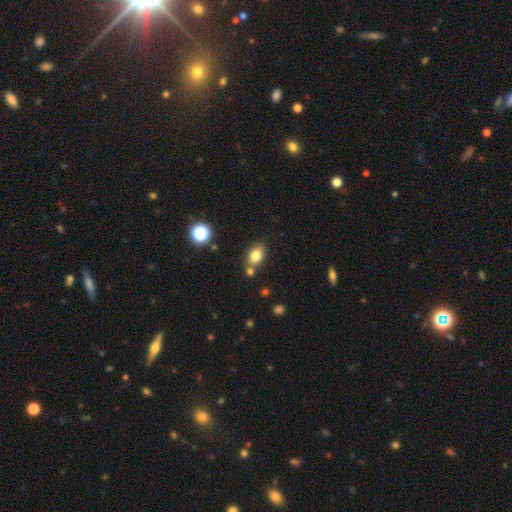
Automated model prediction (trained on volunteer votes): Smooth or featured? smooth (80%)
How rounded? in between (76%)
Merging? none (69%)